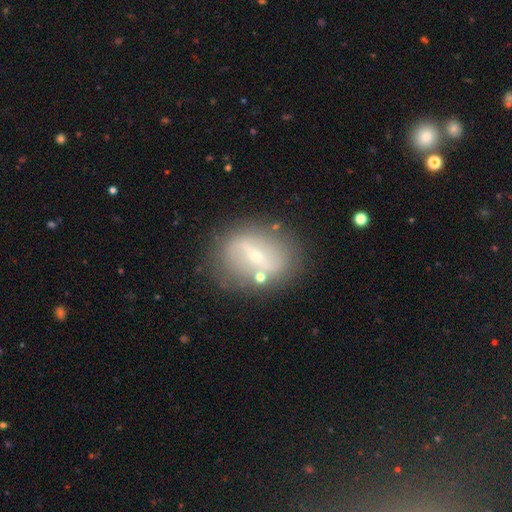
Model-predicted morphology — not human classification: Smooth or featured? featured or disk (61%)
Edge-on disk? no (86%)
Bar? strong (48%)
Spiral arms? no (71%)
Bulge size? small (70%)
Merging? none (76%)